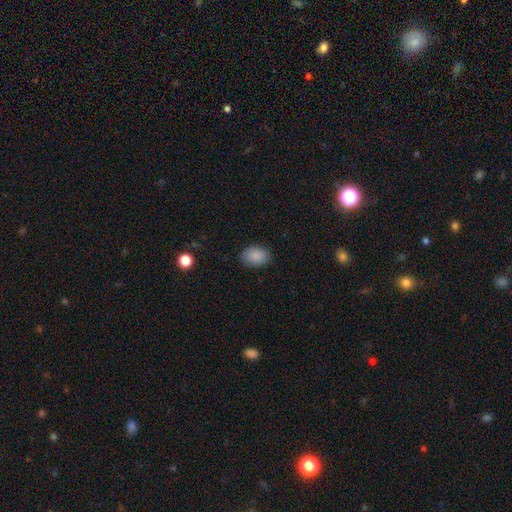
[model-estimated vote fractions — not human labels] The model was most divided on "how rounded": in between: 80%, round: 19%, cigar-shaped: 1%. More confident: smooth or featured — smooth (88%); merging — none (85%).